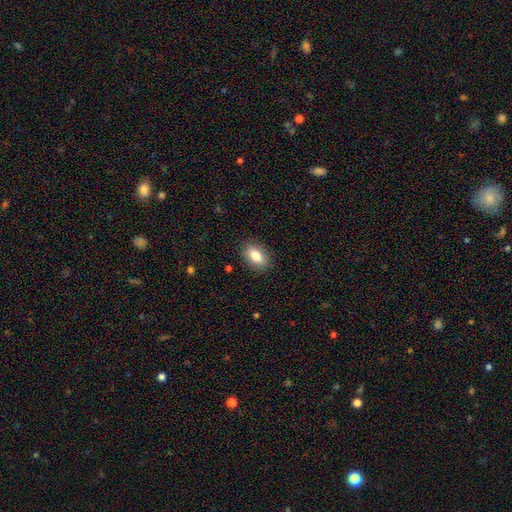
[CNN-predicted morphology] smooth_or_featured: smooth (p=0.84) [alt: featured or disk p=0.09]
how_rounded: in between (p=0.89) [alt: round p=0.08]
merging: none (p=0.88) [alt: minor disturbance p=0.09]